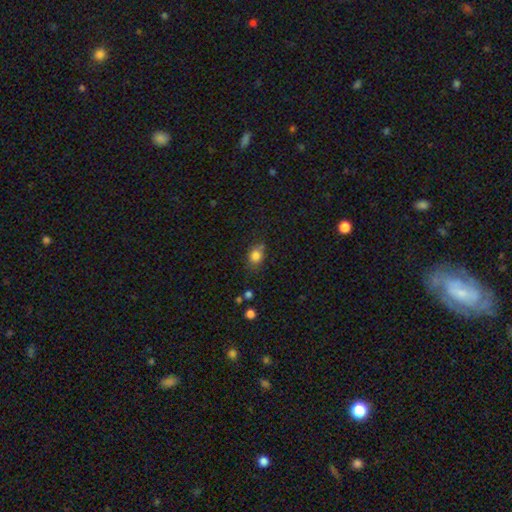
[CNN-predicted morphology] Q: Smooth or featured?
A: smooth (81%); runner-up: star or artifact (11%)
Q: How rounded?
A: in between (57%); runner-up: round (41%)
Q: Merging?
A: none (63%); runner-up: minor disturbance (27%)